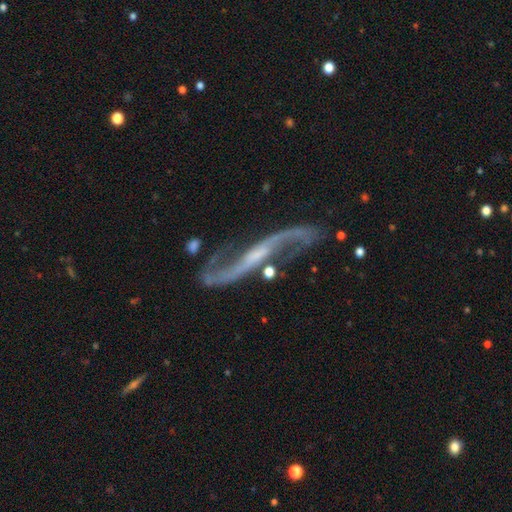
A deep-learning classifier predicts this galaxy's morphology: featured or disk 92%, star or artifact 5%, smooth 4%. Down the decision tree: edge-on disk — no (88%); bar — weak (37%, tied with strong); spiral arms — yes (97%); spiral arm count — 2 (94%); spiral winding — loose (80%); bulge size — small (52%); merging — none (67%).